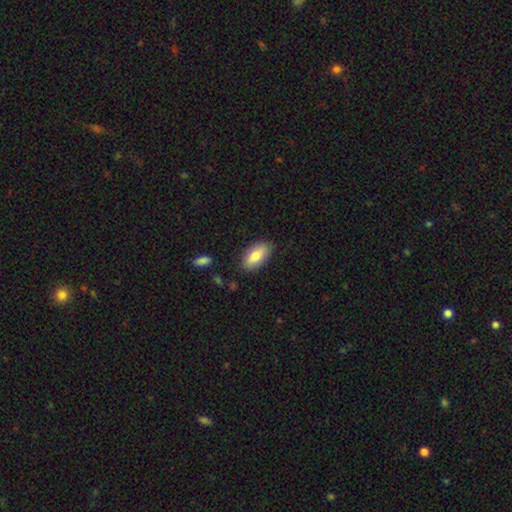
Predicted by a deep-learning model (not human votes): A smooth galaxy with no disk features (79%) that is in between round and cigar-shaped (88%).

Vote fractions:
- Smooth or featured? smooth: 79% / featured or disk: 15% / star or artifact: 6%
- How rounded? in between: 88% / cigar-shaped: 9% / round: 3%
- Merging? none: 83% / minor disturbance: 13% / major disturbance: 3% / merger: 2%